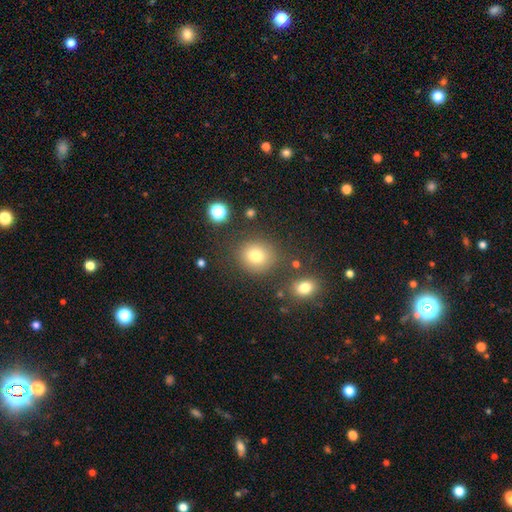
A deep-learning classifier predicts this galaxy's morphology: smooth_or_featured: smooth (p=0.79) [alt: star or artifact p=0.13]
how_rounded: round (p=0.81) [alt: in between p=0.18]
merging: none (p=0.79) [alt: minor disturbance p=0.10]